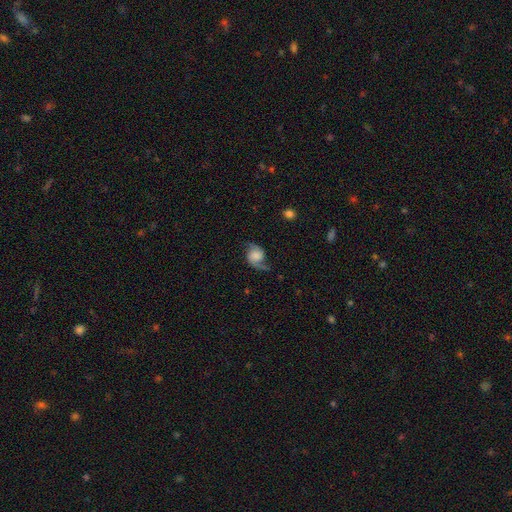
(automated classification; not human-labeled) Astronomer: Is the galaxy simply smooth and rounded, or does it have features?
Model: featured or disk — 72%.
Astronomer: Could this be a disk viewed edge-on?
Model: no — 97%.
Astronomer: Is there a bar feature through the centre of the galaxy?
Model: no — 68%.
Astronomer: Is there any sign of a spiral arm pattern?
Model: yes — 95%.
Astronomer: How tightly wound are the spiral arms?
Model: loose — 61%.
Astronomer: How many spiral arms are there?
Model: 2 — 85%.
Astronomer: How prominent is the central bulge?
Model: none — 29% (runner-up: large, 23%).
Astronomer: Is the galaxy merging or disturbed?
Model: none — 63%.